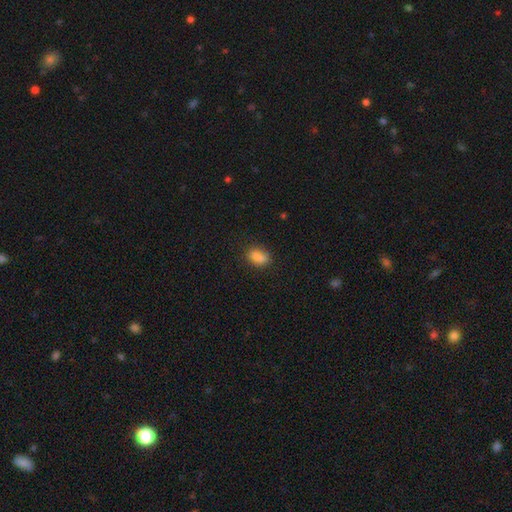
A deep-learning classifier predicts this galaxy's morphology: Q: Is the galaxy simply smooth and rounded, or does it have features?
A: smooth — 85%.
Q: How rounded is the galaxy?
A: in between — 84%.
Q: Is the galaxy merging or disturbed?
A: none — 76%.